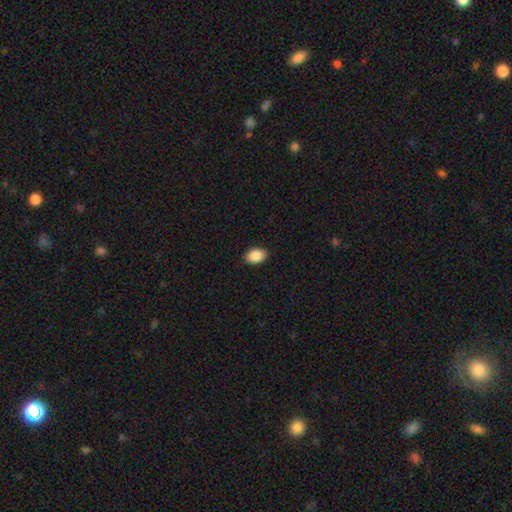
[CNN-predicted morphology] smooth-or-featured: smooth: 89% | star or artifact: 7% | featured or disk: 3%
  how-rounded: in between: 85% | round: 13% | cigar-shaped: 1%
  merging: none: 90% | minor disturbance: 7% | major disturbance: 2% | merger: 1%